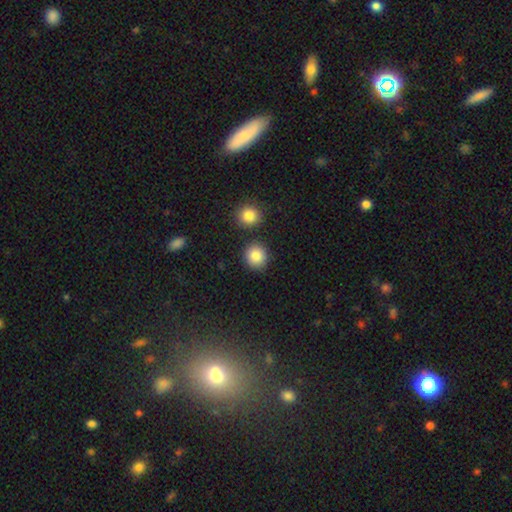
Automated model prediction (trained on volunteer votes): Smooth or featured? Predicted: smooth (p=0.86). How rounded? Predicted: round (p=0.91). Merging? Predicted: none (p=0.85).